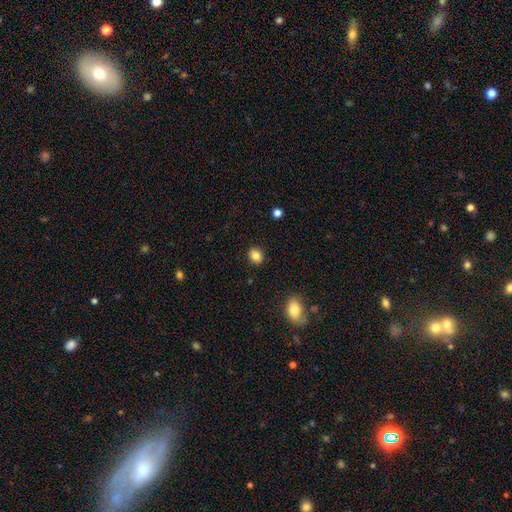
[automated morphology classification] This is clearly a smooth galaxy (84%). How rounded: likely round (69%). Merging: clearly none (90%).